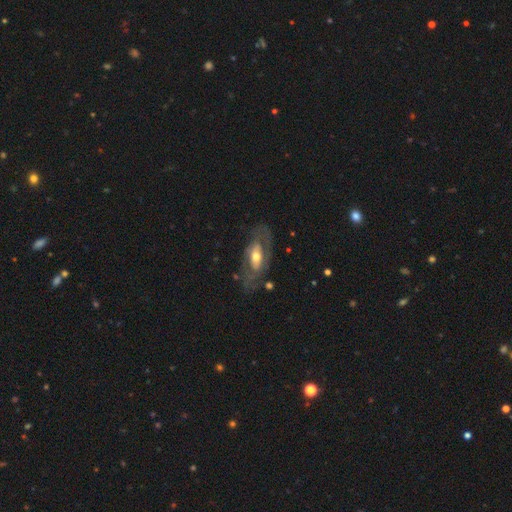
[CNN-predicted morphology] A featured or disk galaxy (68%) with no bar (53%), spiral arms (53%) and a moderate central bulge (67%). Merging: none (66%).